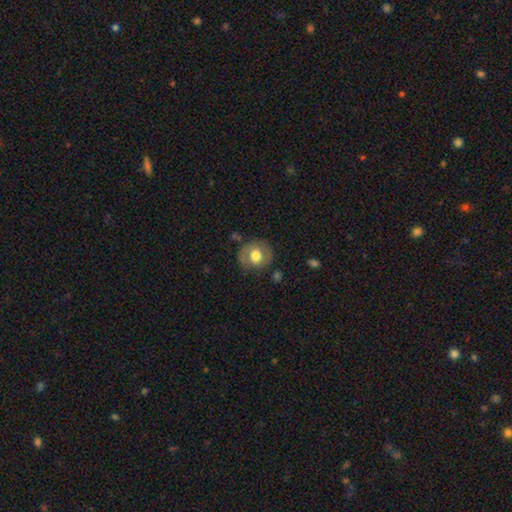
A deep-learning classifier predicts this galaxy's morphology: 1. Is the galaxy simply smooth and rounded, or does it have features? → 58% smooth, 35% featured or disk, 7% star or artifact.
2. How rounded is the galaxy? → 77% round, 22% in between, 1% cigar-shaped.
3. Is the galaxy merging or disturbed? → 77% none, 16% minor disturbance, 6% major disturbance, 2% merger.